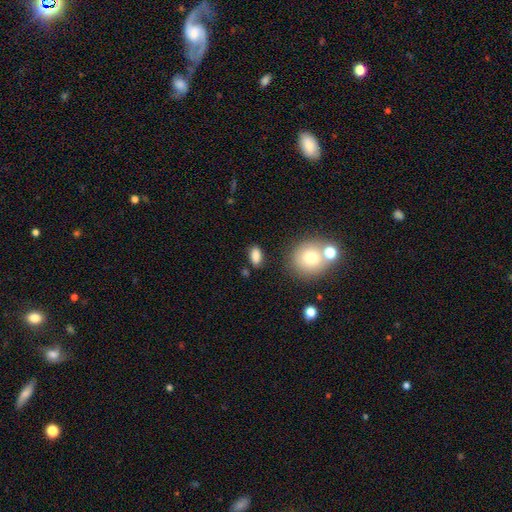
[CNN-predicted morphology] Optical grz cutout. It shows a smooth galaxy with no disk features (85%) that is in between round and cigar-shaped (86%). Merging: none (81%).